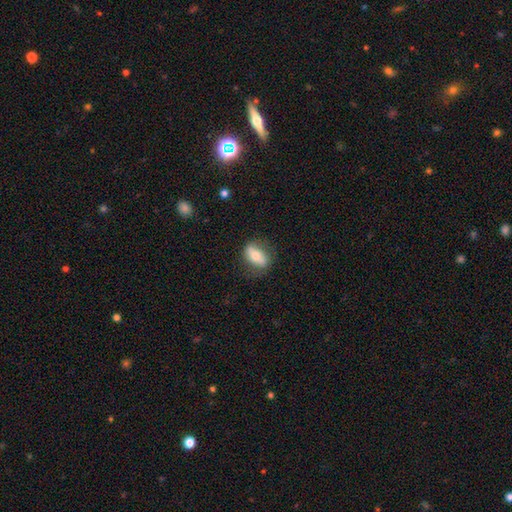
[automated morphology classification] A smooth galaxy with no disk features (57%) that is in between round and cigar-shaped (78%). Merging: none (74%).